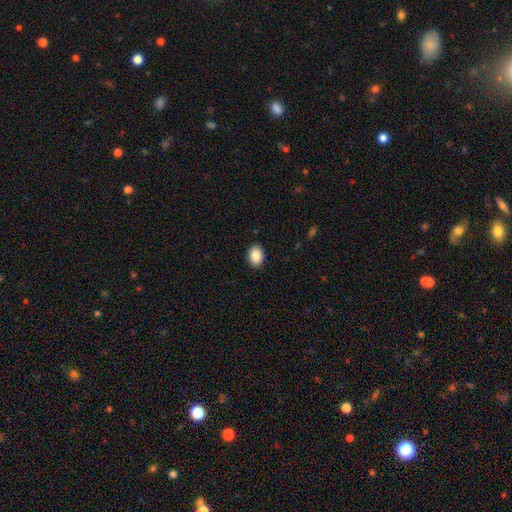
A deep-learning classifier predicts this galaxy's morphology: smooth 88%, star or artifact 8%, featured or disk 4%. Down the decision tree: how rounded — in between (69%); merging — none (90%).